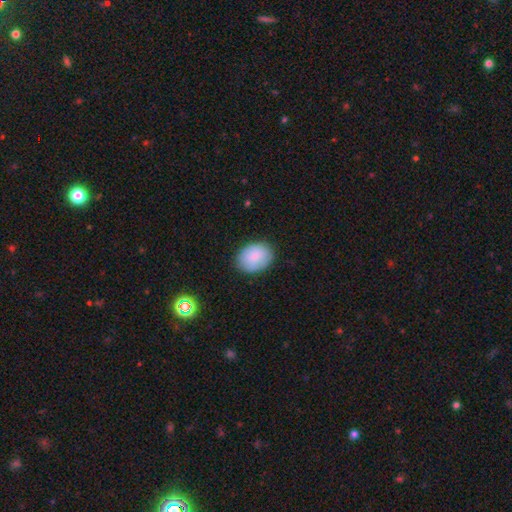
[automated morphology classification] Smooth or featured: smooth — 84% (featured or disk — 9%)
How rounded: in between — 64% (round — 35%)
Merging: none — 83% (minor disturbance — 13%)